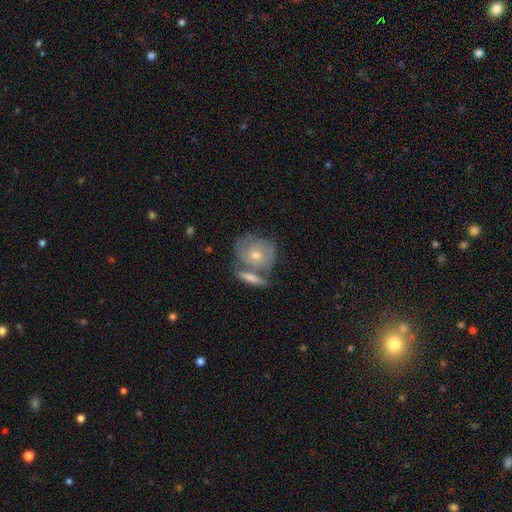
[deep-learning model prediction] smooth-or-featured: featured or disk: 55% | smooth: 36% | star or artifact: 9%
  disk-edge-on: no: 90% | yes: 10%
  merging: none: 53% | merger: 30% | minor disturbance: 13% | major disturbance: 5%